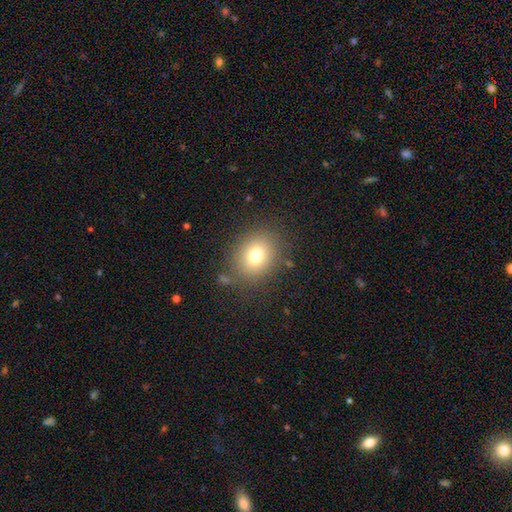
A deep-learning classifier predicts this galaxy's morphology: This is likely a smooth galaxy (75%). How rounded: likely round (70%). Merging: clearly none (81%).